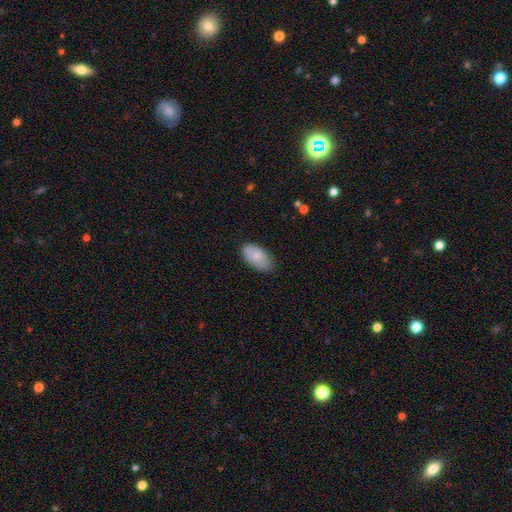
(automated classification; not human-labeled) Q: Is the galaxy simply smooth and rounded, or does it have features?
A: smooth — 78%.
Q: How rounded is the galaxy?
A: in between — 95%.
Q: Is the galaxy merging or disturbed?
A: none — 81%.